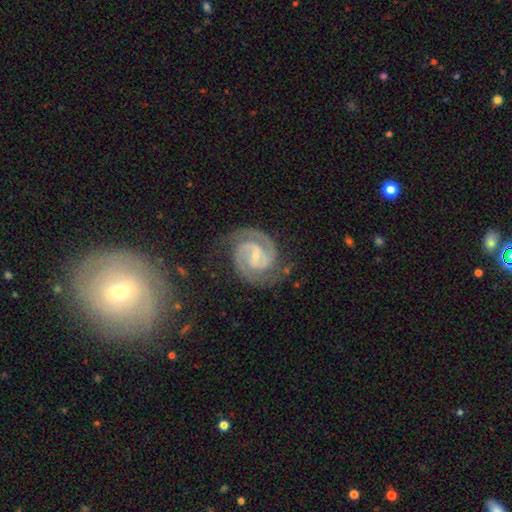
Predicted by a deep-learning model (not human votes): A featured or disk galaxy (92%) with a weak bar (47%), 2 (92%) tight (61%) spiral arms (99%) and a small central bulge (72%). Merging: none (77%).